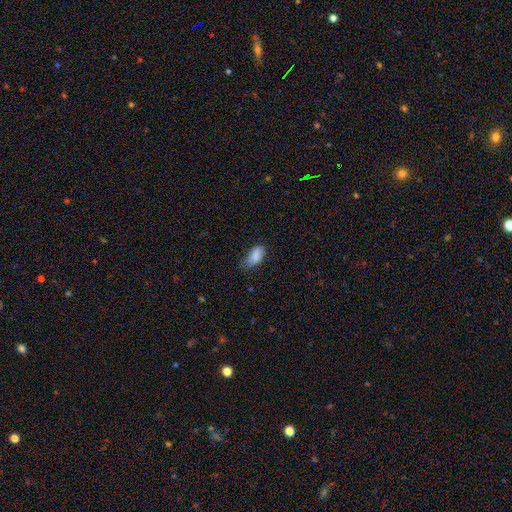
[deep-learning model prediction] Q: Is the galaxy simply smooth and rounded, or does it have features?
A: smooth — 87%.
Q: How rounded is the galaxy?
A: in between — 91%.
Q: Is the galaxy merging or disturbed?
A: none — 57%.